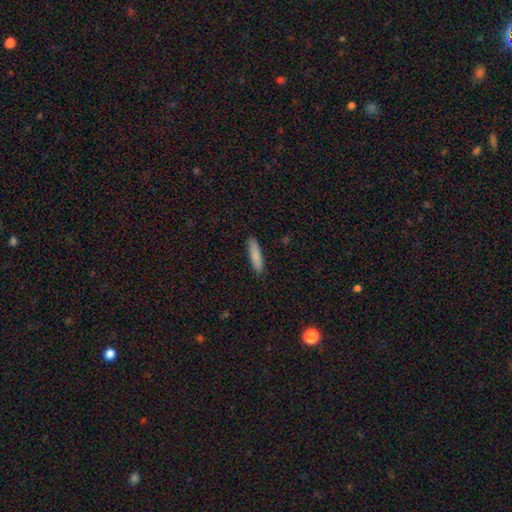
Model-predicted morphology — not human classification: Smooth or featured? Predicted: smooth (p=0.85). How rounded? Predicted: cigar-shaped (p=0.79). Merging? Predicted: none (p=0.89).